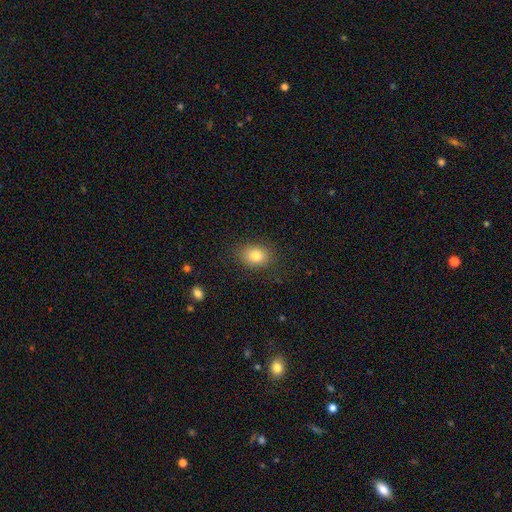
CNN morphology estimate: smooth-or-featured: smooth: 82% | star or artifact: 10% | featured or disk: 8%
  how-rounded: in between: 60% | round: 39% | cigar-shaped: 1%
  merging: none: 84% | minor disturbance: 11% | major disturbance: 4% | merger: 1%